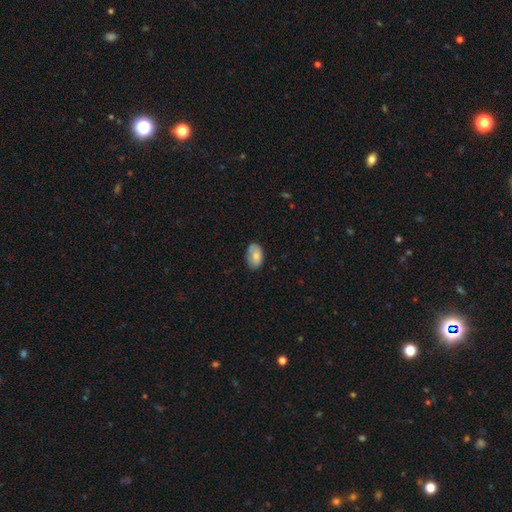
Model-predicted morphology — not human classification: Smooth or featured?
  - smooth: 77% *
  - featured or disk: 16%
  - star or artifact: 7%
How rounded?
  - in between: 90% *
  - round: 8%
  - cigar-shaped: 1%
Merging?
  - none: 72% *
  - minor disturbance: 22%
  - major disturbance: 4%
  - merger: 1%